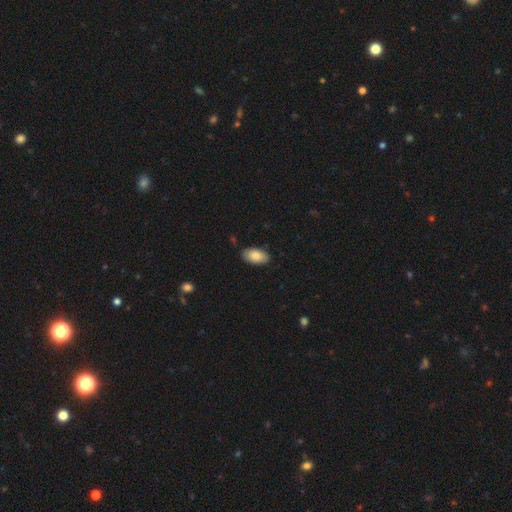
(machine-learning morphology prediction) This is clearly a smooth galaxy (85%). How rounded: clearly in between (95%). Merging: clearly none (86%).